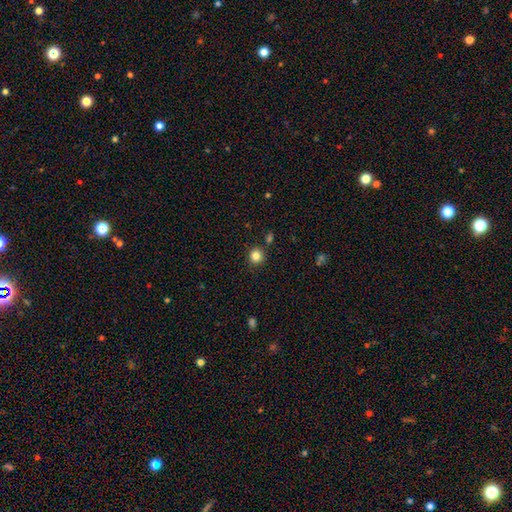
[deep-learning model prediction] Q: Smooth or featured?
A: smooth (83%); runner-up: star or artifact (12%)
Q: How rounded?
A: round (90%); runner-up: in between (9%)
Q: Merging?
A: none (86%); runner-up: minor disturbance (8%)